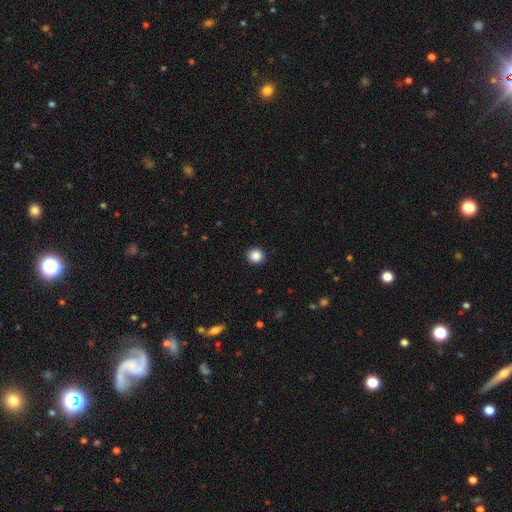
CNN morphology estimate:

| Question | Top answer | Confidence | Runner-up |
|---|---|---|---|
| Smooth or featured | smooth | 87% | star or artifact (10%) |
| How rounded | round | 93% | in between (6%) |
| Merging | none | 92% | minor disturbance (5%) |